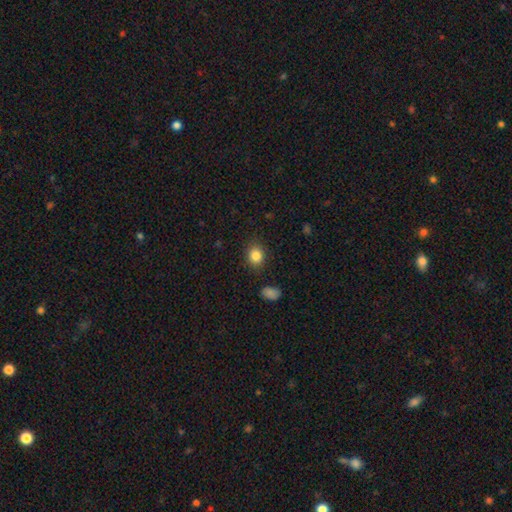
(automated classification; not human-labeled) A smooth galaxy with no disk features (85%) that is round (62%).

Vote fractions:
- Smooth or featured? smooth: 85% / star or artifact: 10% / featured or disk: 6%
- How rounded? round: 62% / in between: 37% / cigar-shaped: 1%
- Merging? none: 86% / minor disturbance: 10% / major disturbance: 3% / merger: 2%